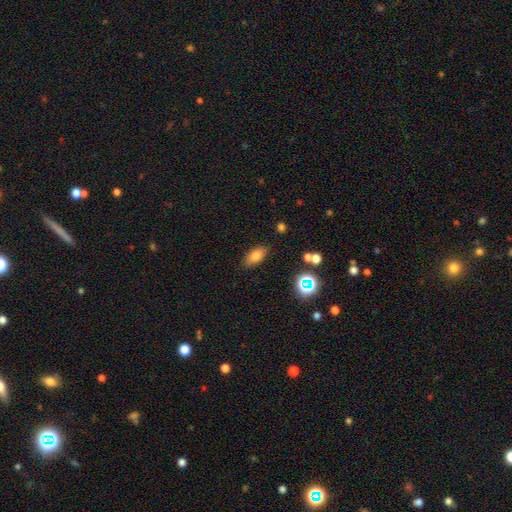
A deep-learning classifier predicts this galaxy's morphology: A smooth galaxy with no disk features (77%) that is in between round and cigar-shaped (86%).

Vote fractions:
- Smooth or featured? smooth: 77% / star or artifact: 12% / featured or disk: 12%
- How rounded? in between: 86% / cigar-shaped: 9% / round: 5%
- Merging? none: 85% / minor disturbance: 10% / major disturbance: 3% / merger: 2%